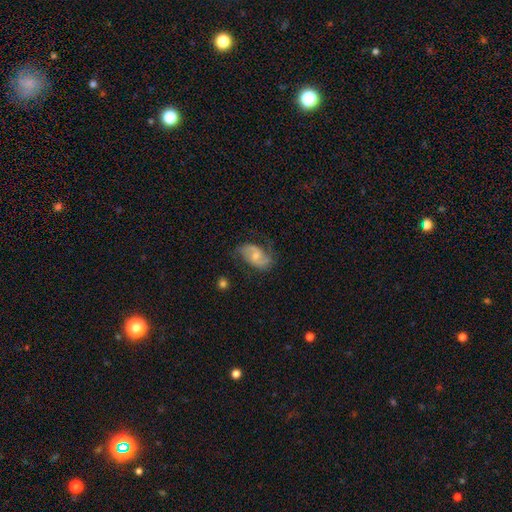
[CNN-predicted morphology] The model was most divided on "bulge size": moderate: 47%, small: 42%, none: 6%, large: 4%, dominant: 1%. Remaining: edge-on disk — no (97%); spiral arms — yes (91%); spiral arm count — 2 (85%); smooth or featured — featured or disk (69%); merging — none (62%); bar — no (48%); spiral winding — medium (45%).